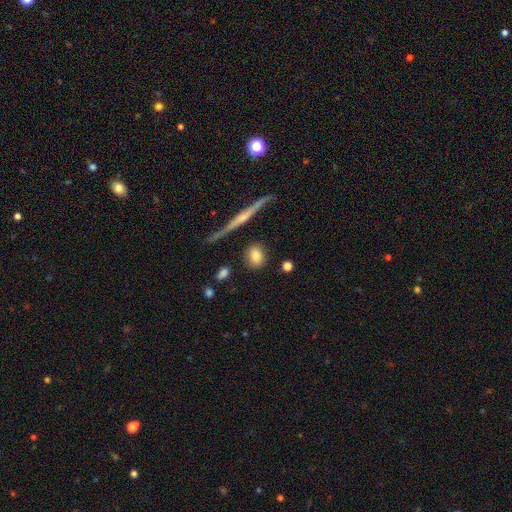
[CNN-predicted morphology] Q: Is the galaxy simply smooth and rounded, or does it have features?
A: smooth — 82%.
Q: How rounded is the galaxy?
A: round — 51%.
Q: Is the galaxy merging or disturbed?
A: none — 85%.